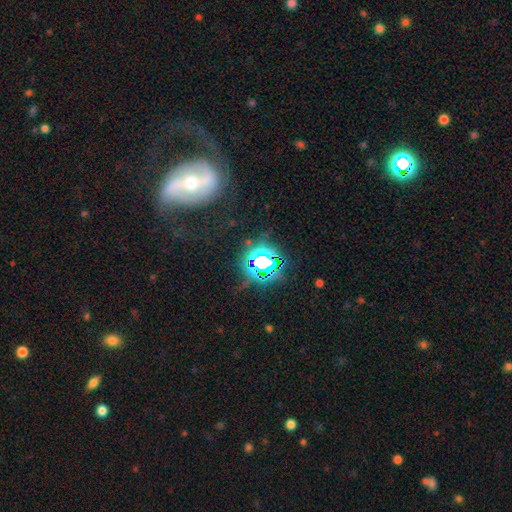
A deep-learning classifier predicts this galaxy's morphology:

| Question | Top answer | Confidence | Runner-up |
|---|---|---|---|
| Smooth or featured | featured or disk | 51% | star or artifact (30%) |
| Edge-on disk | no | 87% | yes (13%) |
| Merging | none | 62% | minor disturbance (17%) |